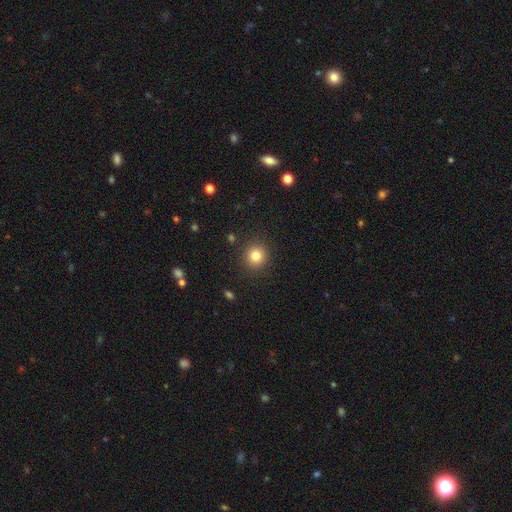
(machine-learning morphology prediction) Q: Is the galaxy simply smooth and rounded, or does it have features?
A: smooth — 83%.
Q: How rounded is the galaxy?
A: round — 92%.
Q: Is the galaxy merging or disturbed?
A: none — 90%.